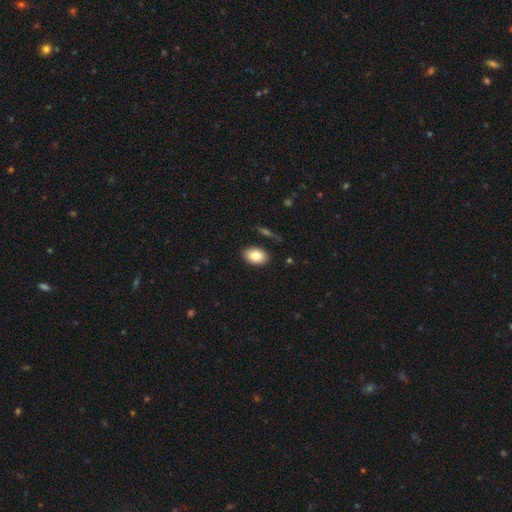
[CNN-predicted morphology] Smooth or featured? Predicted: smooth (p=0.84). How rounded? Predicted: in between (p=0.87). Merging? Predicted: none (p=0.87).